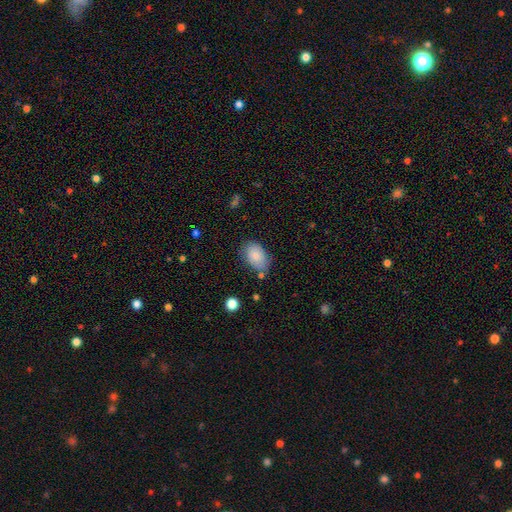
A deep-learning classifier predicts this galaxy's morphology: A smooth galaxy with no disk features (85%) that is in between round and cigar-shaped (89%). Merging: none (73%).